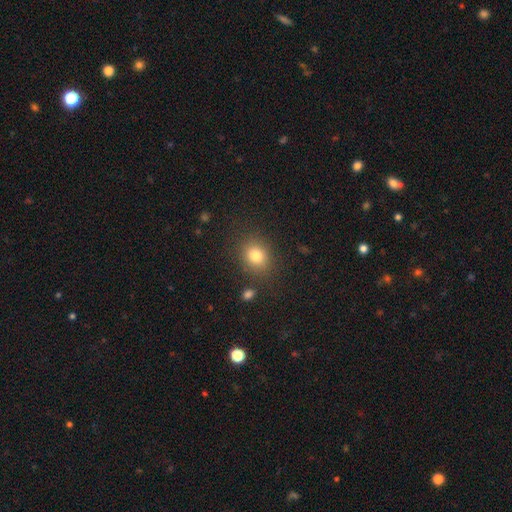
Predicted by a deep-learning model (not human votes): Smooth or featured? Predicted: smooth (p=0.80). How rounded? Predicted: round (p=0.62). Merging? Predicted: none (p=0.83).